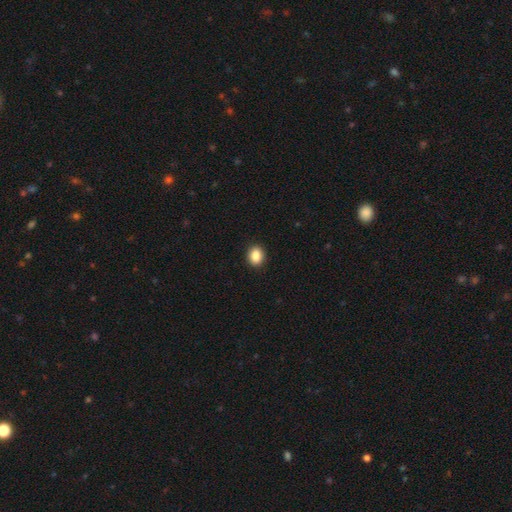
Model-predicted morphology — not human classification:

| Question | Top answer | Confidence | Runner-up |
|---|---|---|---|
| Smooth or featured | smooth | 87% | star or artifact (9%) |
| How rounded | round | 57% | in between (42%) |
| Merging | none | 92% | minor disturbance (5%) |